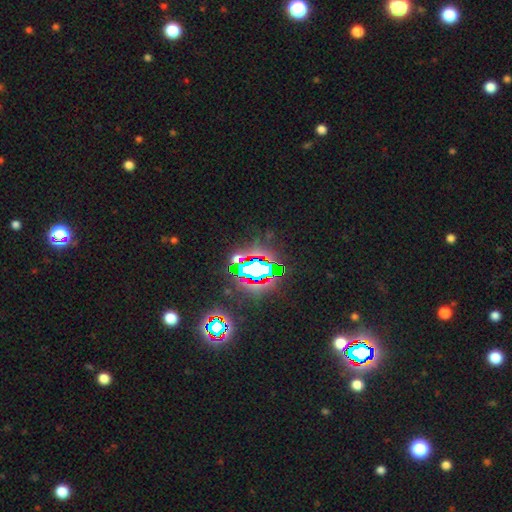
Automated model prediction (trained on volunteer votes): A star or artifact, not a galaxy (82%).

Vote fractions:
- Smooth or featured? star or artifact: 82% / smooth: 10% / featured or disk: 8%